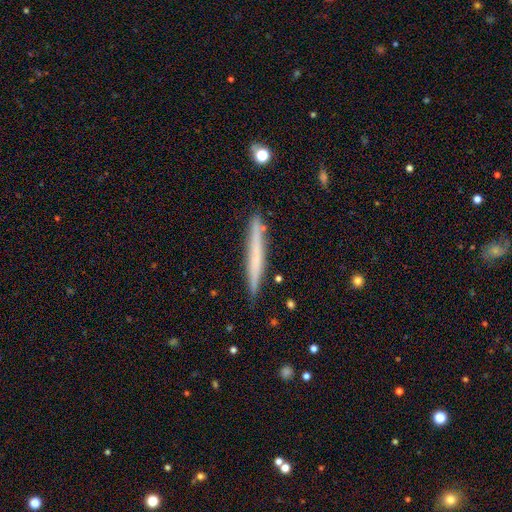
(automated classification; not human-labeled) A smooth galaxy with no disk features (56%) that is cigar-shaped (96%).

Vote fractions:
- Smooth or featured? smooth: 56% / featured or disk: 38% / star or artifact: 6%
- How rounded? cigar-shaped: 96% / in between: 2% / round: 1%
- Merging? none: 86% / minor disturbance: 11% / merger: 2% / major disturbance: 2%